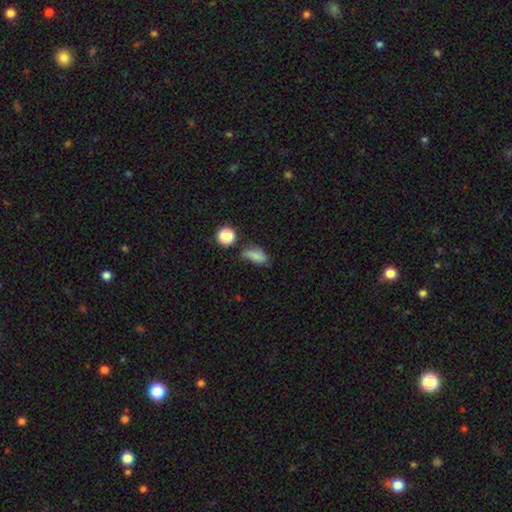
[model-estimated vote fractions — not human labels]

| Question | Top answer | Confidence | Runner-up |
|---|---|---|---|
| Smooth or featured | smooth | 75% | star or artifact (14%) |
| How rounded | in between | 79% | round (10%) |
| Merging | none | 51% | minor disturbance (31%) |